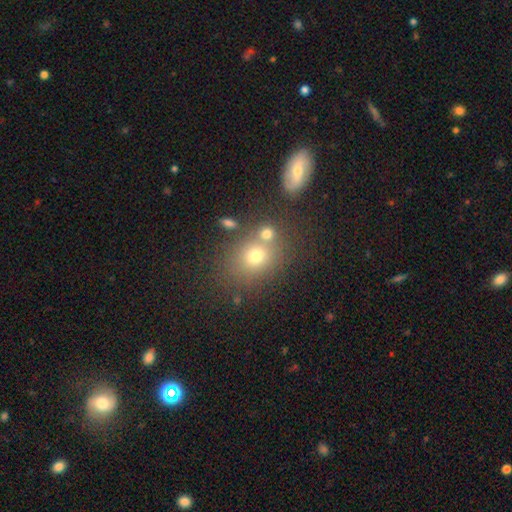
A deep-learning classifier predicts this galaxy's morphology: Smooth or featured: smooth — 69% (star or artifact — 16%)
How rounded: round — 57% (in between — 42%)
Merging: none — 61% (merger — 21%)